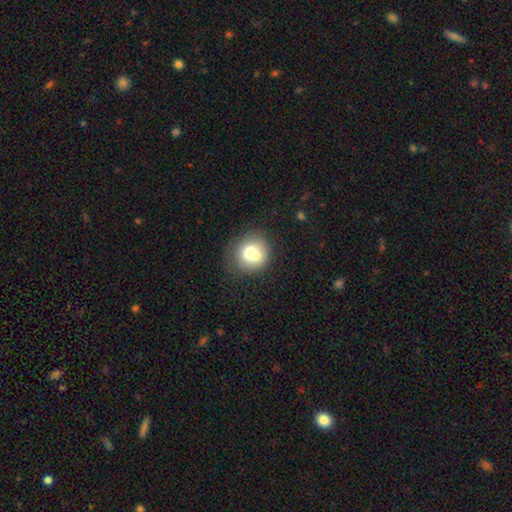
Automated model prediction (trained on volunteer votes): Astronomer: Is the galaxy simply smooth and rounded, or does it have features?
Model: smooth — 70%.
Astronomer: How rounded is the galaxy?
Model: round — 86%.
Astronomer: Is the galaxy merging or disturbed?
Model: none — 54%.